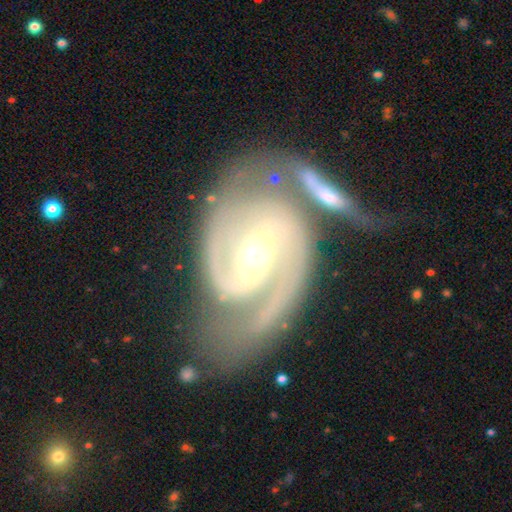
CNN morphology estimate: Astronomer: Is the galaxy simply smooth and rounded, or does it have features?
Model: featured or disk — 92%.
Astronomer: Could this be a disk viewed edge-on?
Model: no — 97%.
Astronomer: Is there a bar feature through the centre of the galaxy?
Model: weak — 43% (runner-up: strong, 37%).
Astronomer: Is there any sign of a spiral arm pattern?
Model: yes — 98%.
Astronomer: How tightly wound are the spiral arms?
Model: medium — 49% (runner-up: tight, 40%).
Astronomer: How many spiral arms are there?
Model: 2 — 86%.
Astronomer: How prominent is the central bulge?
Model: moderate — 57% (runner-up: small, 37%).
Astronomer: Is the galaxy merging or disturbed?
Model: none — 47% (runner-up: merger, 26%).